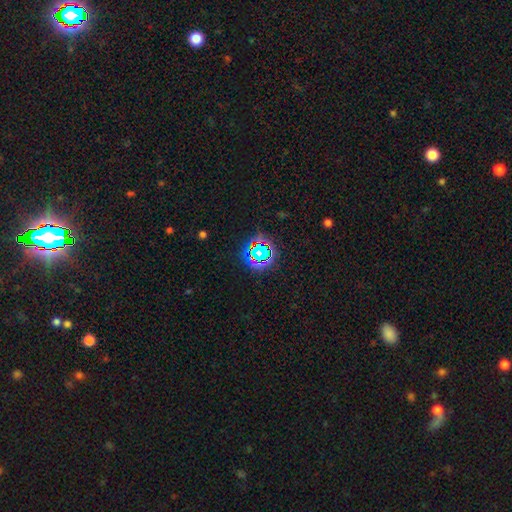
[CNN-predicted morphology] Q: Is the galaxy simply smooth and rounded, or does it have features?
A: star or artifact — 75%.